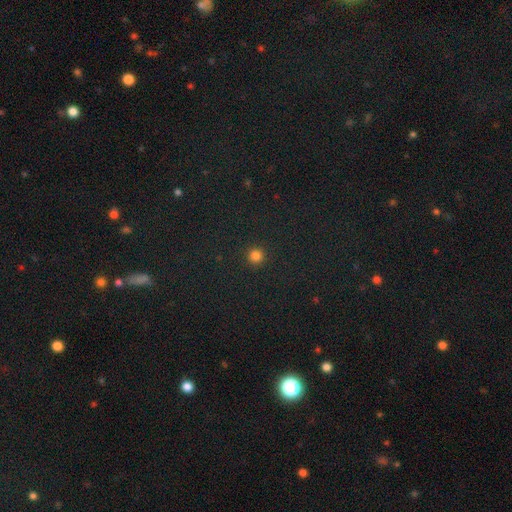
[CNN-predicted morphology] Smooth or featured: smooth — 83% (star or artifact — 14%)
How rounded: round — 95% (in between — 4%)
Merging: none — 93% (minor disturbance — 5%)